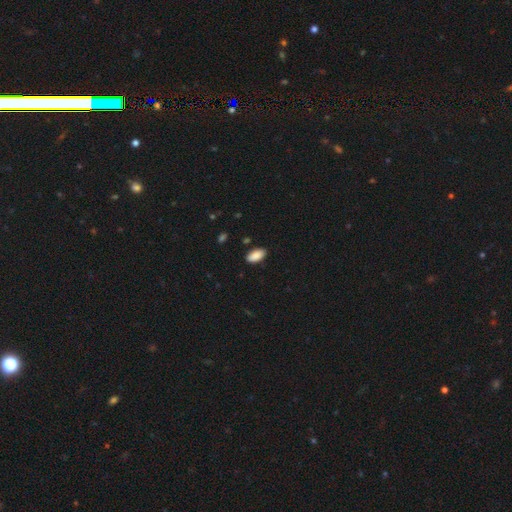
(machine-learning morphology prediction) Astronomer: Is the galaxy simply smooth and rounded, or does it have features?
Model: smooth — 89%.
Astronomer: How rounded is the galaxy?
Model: in between — 93%.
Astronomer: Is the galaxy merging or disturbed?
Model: none — 87%.